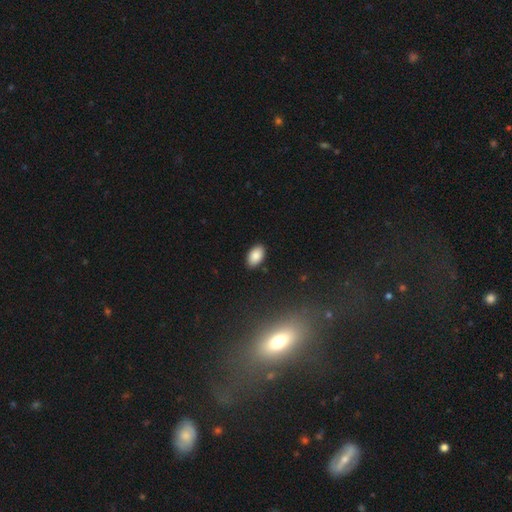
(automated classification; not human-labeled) Smooth or featured?
  - smooth: 87% *
  - star or artifact: 8%
  - featured or disk: 5%
How rounded?
  - in between: 94% *
  - round: 5%
  - cigar-shaped: 1%
Merging?
  - none: 88% *
  - minor disturbance: 9%
  - major disturbance: 2%
  - merger: 1%